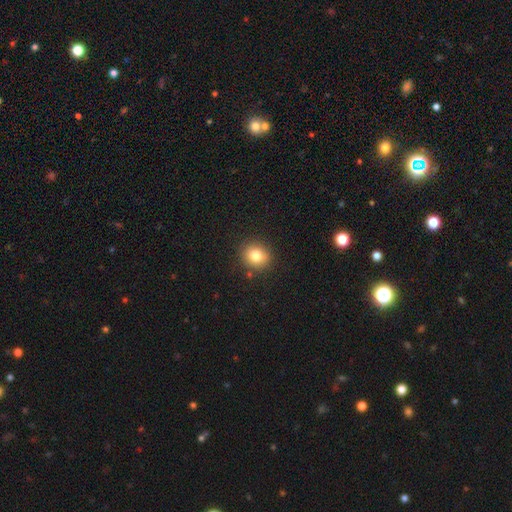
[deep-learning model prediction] Smooth or featured?
  - smooth: 80% *
  - star or artifact: 11%
  - featured or disk: 8%
How rounded?
  - round: 81% *
  - in between: 18%
  - cigar-shaped: 1%
Merging?
  - none: 86% *
  - minor disturbance: 9%
  - major disturbance: 2%
  - merger: 2%